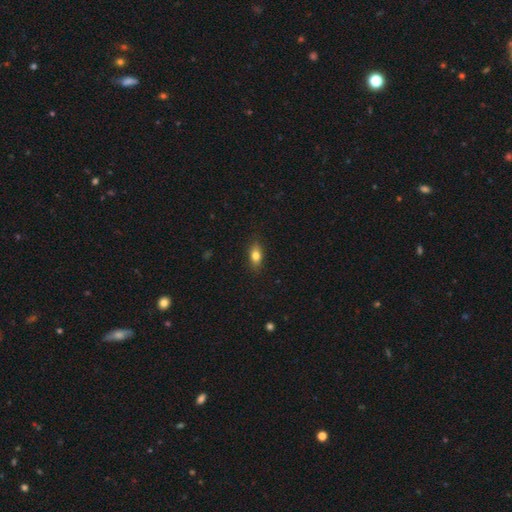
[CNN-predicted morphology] This is likely a smooth galaxy (78%). How rounded: clearly in between (81%). Merging: clearly none (86%).